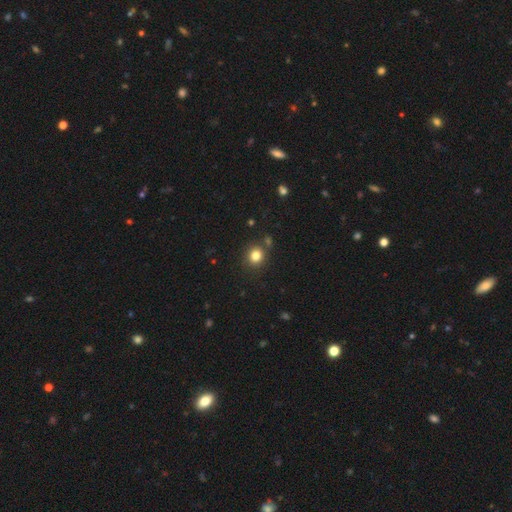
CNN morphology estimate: Smooth or featured: smooth — 82% (star or artifact — 13%)
How rounded: round — 84% (in between — 15%)
Merging: none — 81% (minor disturbance — 9%)